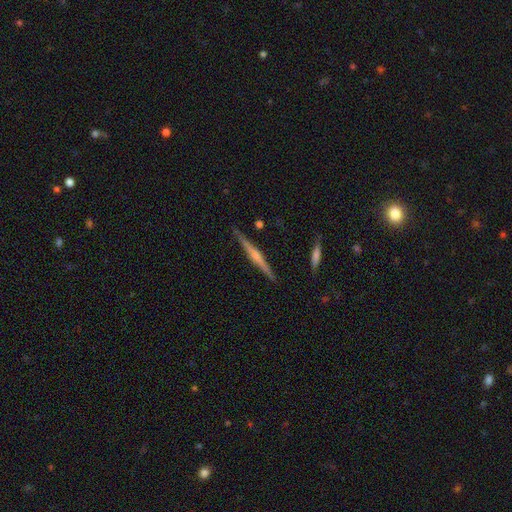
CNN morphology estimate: Q: Smooth or featured?
A: featured or disk (72%); runner-up: smooth (22%)
Q: Edge-on disk?
A: yes (98%); runner-up: no (2%)
Q: Edge-on bulge?
A: rounded (67%); runner-up: none (19%)
Q: Merging?
A: none (90%); runner-up: minor disturbance (7%)